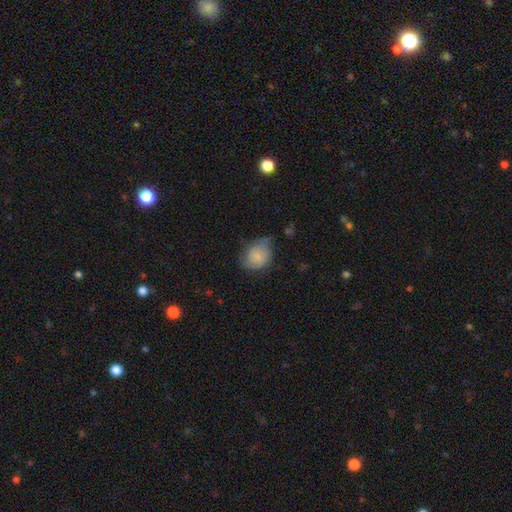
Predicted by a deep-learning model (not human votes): This is likely a smooth galaxy (67%). How rounded: possibly round (52%). Merging: possibly none (49%).